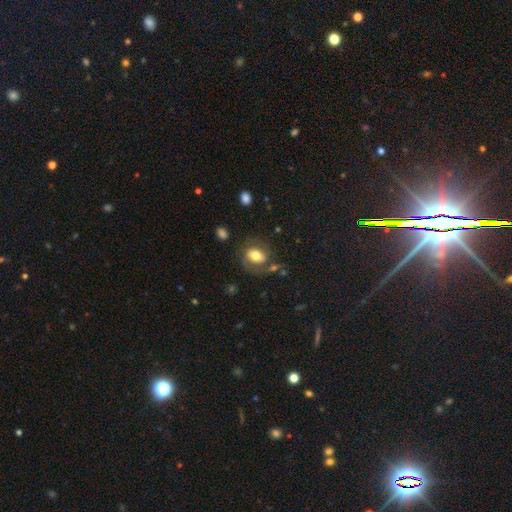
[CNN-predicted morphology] smooth 62%, featured or disk 30%, star or artifact 8%. Down the decision tree: how rounded — in between (64%); merging — none (63%).